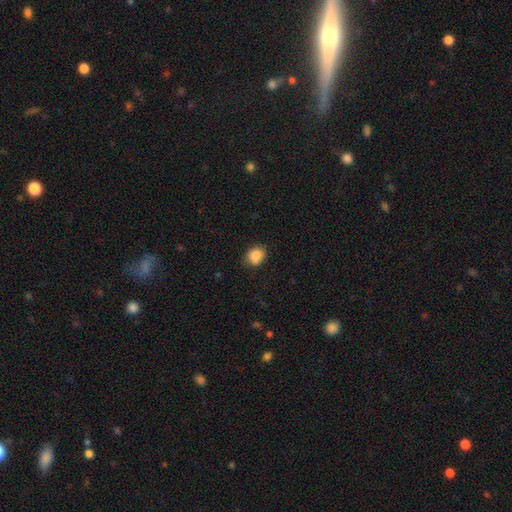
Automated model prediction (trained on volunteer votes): Smooth or featured? Predicted: smooth (p=0.87). How rounded? Predicted: round (p=0.57). Merging? Predicted: none (p=0.75).